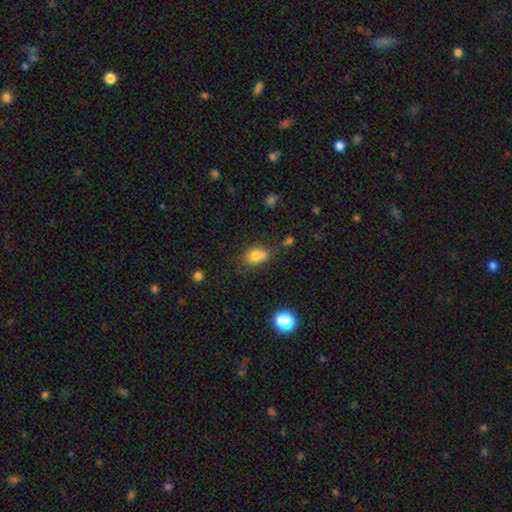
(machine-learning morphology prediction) This appears to be a smooth galaxy with no disk features (74%) that is round (63%). Merging: merger (45%).